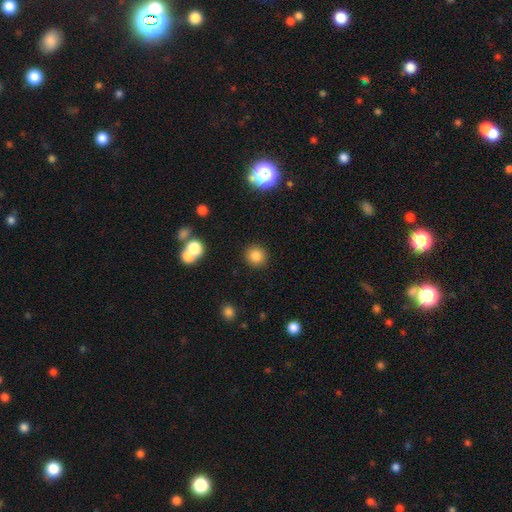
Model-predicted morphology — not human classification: A smooth galaxy with no disk features (83%) that is round (91%).

Vote fractions:
- Smooth or featured? smooth: 83% / star or artifact: 12% / featured or disk: 5%
- How rounded? round: 91% / in between: 8% / cigar-shaped: 1%
- Merging? none: 89% / minor disturbance: 6% / merger: 3% / major disturbance: 2%